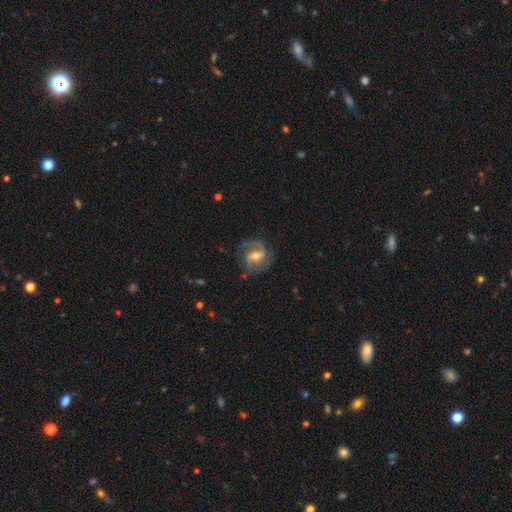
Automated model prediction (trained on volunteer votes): Morphology: type=featured or disk (84%); edge-on=no (97%); bar=weak (50%); spiral arms=yes (95%); winding=medium (51%); arm count=2 (83%); bulge=moderate (56%); merging=none (72%).